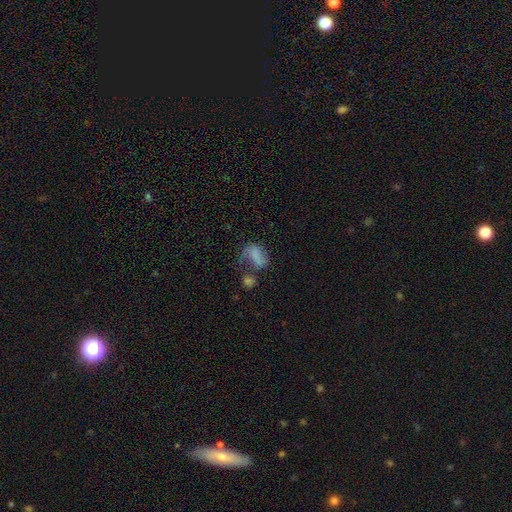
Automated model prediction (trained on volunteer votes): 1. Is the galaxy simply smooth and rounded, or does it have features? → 67% smooth, 19% featured or disk, 14% star or artifact.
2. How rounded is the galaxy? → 88% in between, 10% round, 3% cigar-shaped.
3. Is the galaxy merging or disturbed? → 30% major disturbance, 28% merger, 23% none, 18% minor disturbance.